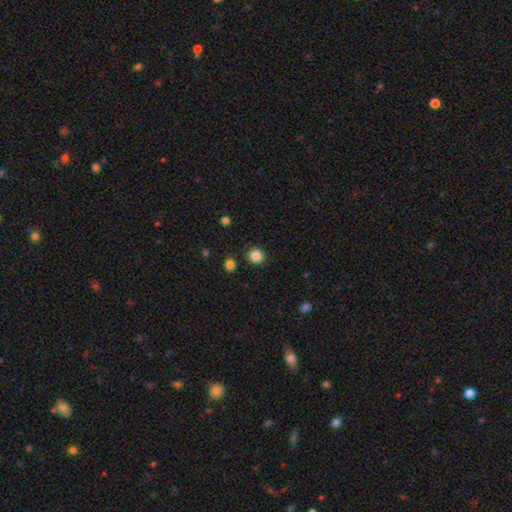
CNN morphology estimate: This appears to be a smooth galaxy with no disk features (86%) that is round (92%). Merging: none (89%).